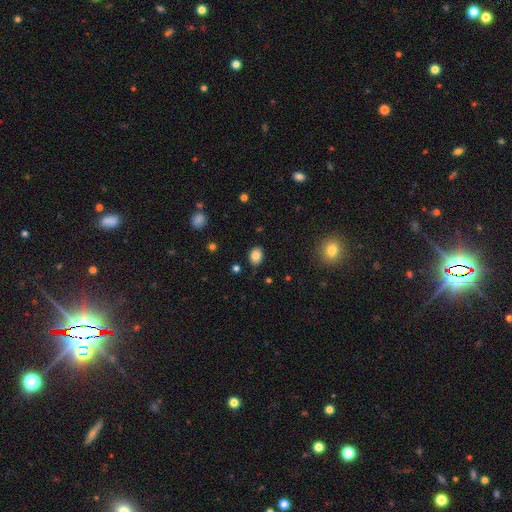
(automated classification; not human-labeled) Smooth or featured: smooth — 82% (star or artifact — 10%)
How rounded: in between — 62% (round — 37%)
Merging: none — 84% (minor disturbance — 12%)